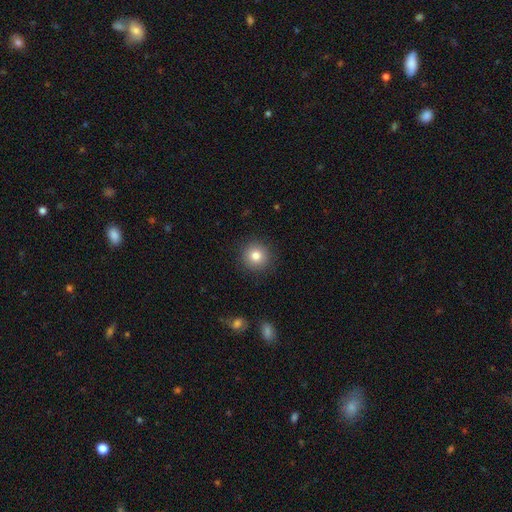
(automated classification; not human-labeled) Smooth or featured? smooth (81%)
How rounded? round (93%)
Merging? none (91%)